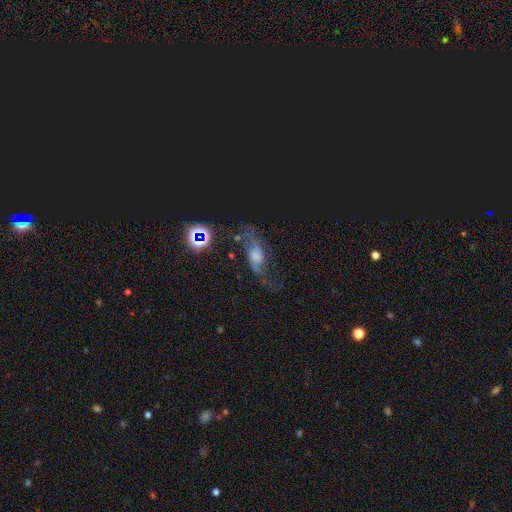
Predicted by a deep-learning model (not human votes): A featured or disk galaxy (56%). Merging: none (51%).